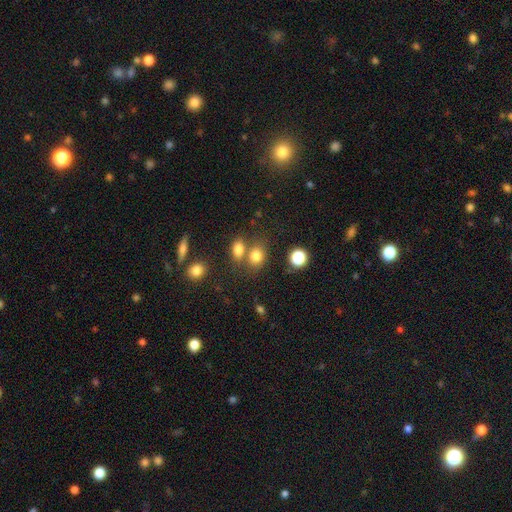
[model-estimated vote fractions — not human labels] Q: Smooth or featured?
A: smooth (78%); runner-up: star or artifact (14%)
Q: How rounded?
A: in between (52%); runner-up: round (47%)
Q: Merging?
A: none (54%); runner-up: merger (31%)